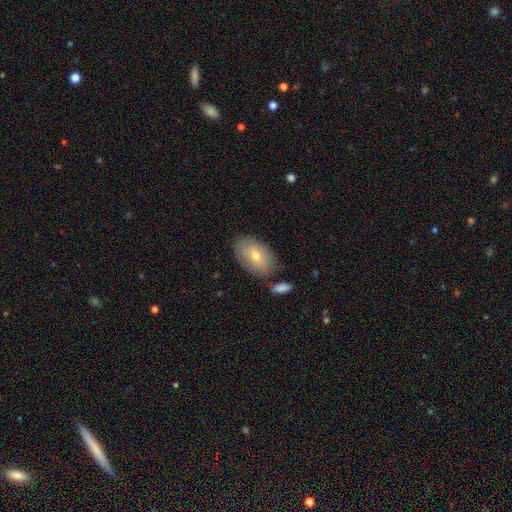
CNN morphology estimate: This appears to be a smooth galaxy with no disk features (66%) that is in between round and cigar-shaped (91%). Merging: none (73%).